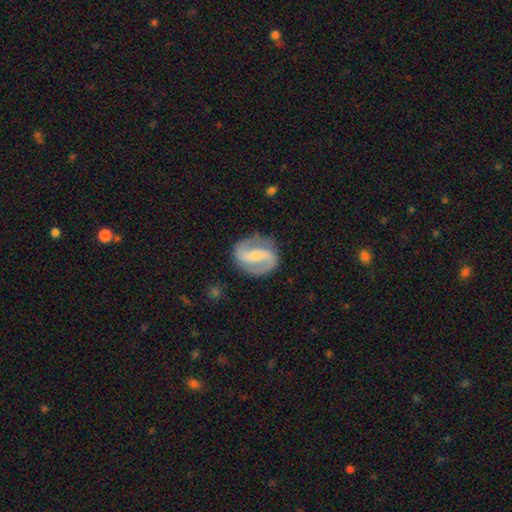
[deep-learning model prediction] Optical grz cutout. It shows a featured or disk galaxy (87%) with a strong bar (48%), 2 (92%) medium (47%) spiral arms (95%) and a small central bulge (53%). Merging: none (84%).